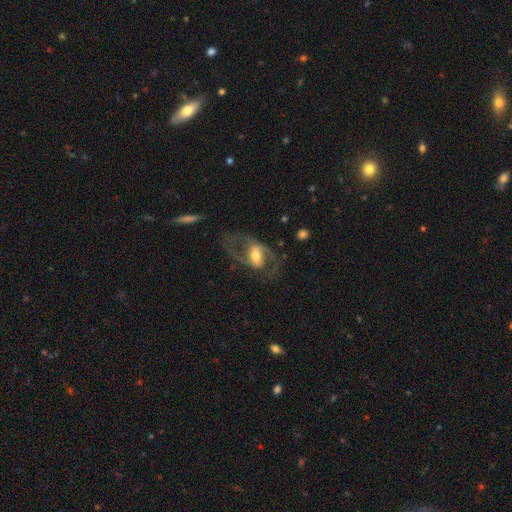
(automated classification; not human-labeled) The model was most divided on "bar": weak: 42%, strong: 32%, no: 26%. More confident: edge-on disk — no (95%); spiral arm count — 2 (88%); spiral arms — yes (88%); smooth or featured — featured or disk (80%); merging — none (64%); bulge size — moderate (62%); spiral winding — medium (53%).